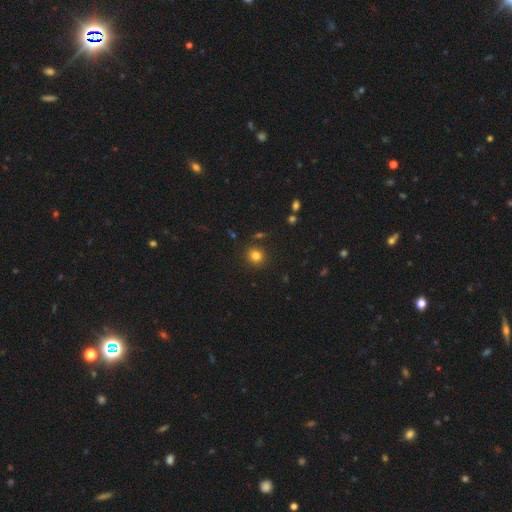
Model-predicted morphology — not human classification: Overall: smooth (81%). How rounded: round (88%). Merging: none (87%).